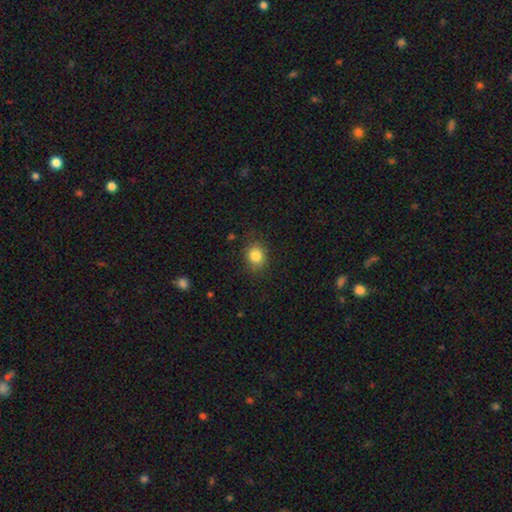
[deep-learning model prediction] Q: Smooth or featured?
A: smooth (83%); runner-up: star or artifact (10%)
Q: How rounded?
A: round (64%); runner-up: in between (35%)
Q: Merging?
A: none (83%); runner-up: minor disturbance (12%)